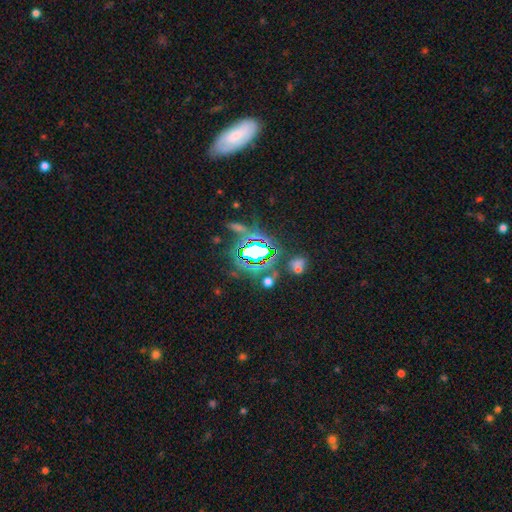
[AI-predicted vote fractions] Overall: star or artifact (67%).